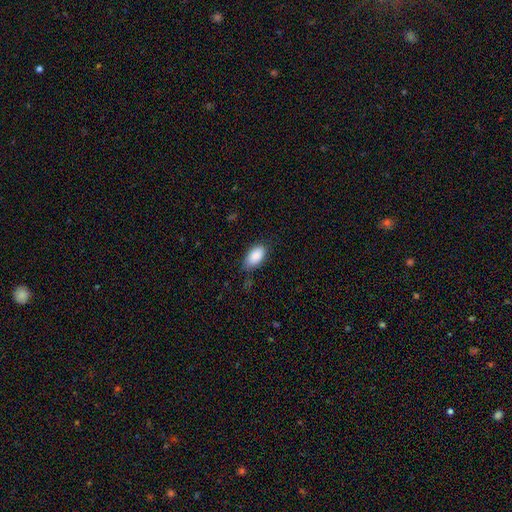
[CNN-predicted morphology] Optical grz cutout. It shows a smooth galaxy with no disk features (89%) that is in between round and cigar-shaped (94%). Merging: none (73%).